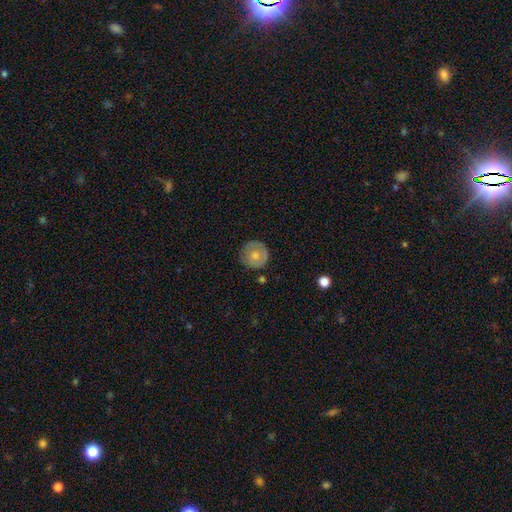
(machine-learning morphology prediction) smooth 64%, featured or disk 29%, star or artifact 7%. Down the decision tree: how rounded — round (94%); merging — none (80%).